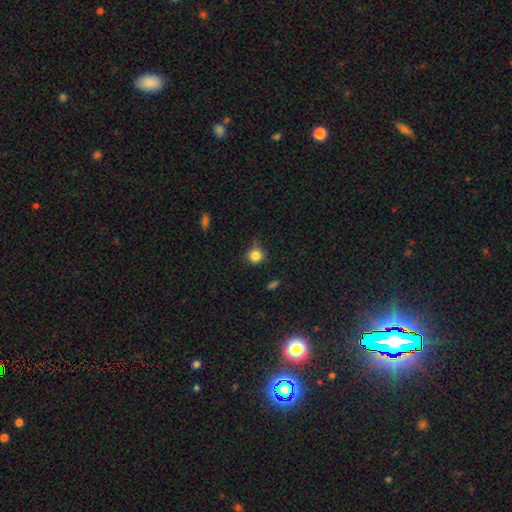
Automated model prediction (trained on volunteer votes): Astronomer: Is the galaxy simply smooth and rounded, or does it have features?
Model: smooth — 84%.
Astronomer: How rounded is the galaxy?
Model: round — 89%.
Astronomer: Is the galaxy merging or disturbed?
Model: none — 73%.